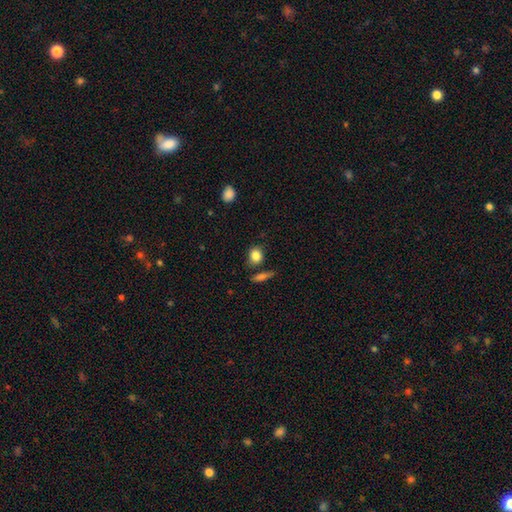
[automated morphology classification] smooth-or-featured: smooth: 85% | star or artifact: 9% | featured or disk: 6%
  how-rounded: round: 64% | in between: 34% | cigar-shaped: 3%
  merging: none: 73% | minor disturbance: 15% | merger: 8% | major disturbance: 4%